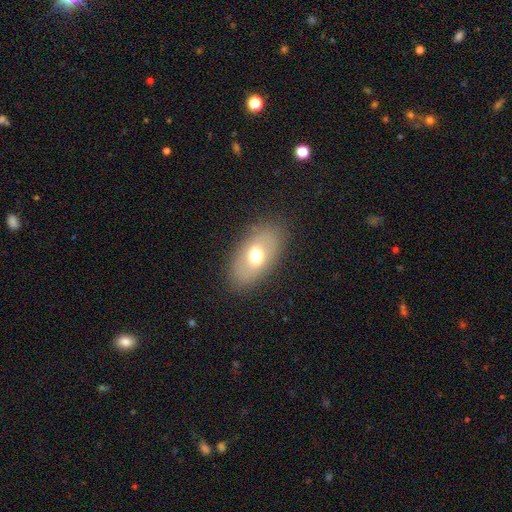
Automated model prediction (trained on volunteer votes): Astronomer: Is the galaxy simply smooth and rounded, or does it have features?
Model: smooth — 61%.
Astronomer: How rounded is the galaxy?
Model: in between — 89%.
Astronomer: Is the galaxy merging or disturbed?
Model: none — 84%.